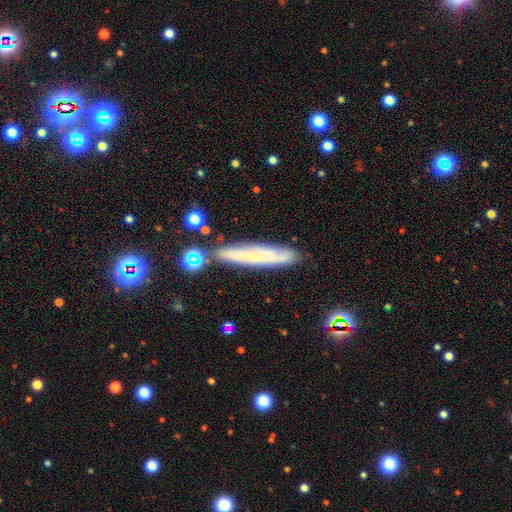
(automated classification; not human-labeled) smooth-or-featured: smooth: 45% | featured or disk: 44% | star or artifact: 11%
  merging: none: 78% | minor disturbance: 13% | merger: 5% | major disturbance: 3%